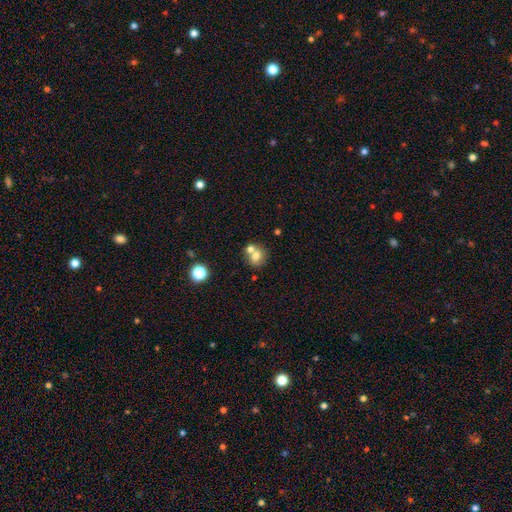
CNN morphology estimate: Smooth or featured?
  - smooth: 71% *
  - featured or disk: 17%
  - star or artifact: 12%
How rounded?
  - round: 75% *
  - in between: 24%
  - cigar-shaped: 1%
Merging?
  - none: 47% *
  - merger: 41%
  - minor disturbance: 8%
  - major disturbance: 3%